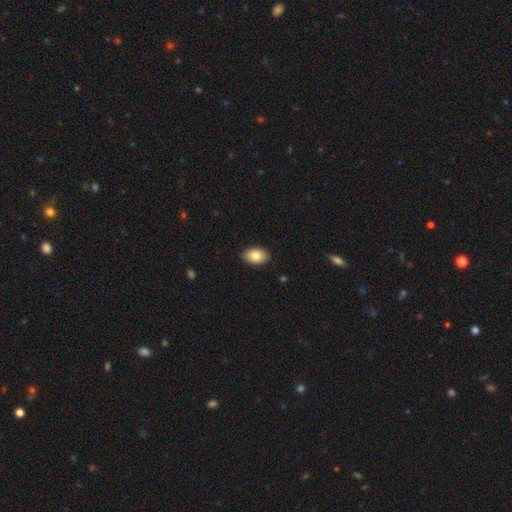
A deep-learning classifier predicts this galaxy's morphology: smooth 83%, featured or disk 10%, star or artifact 7%. Down the decision tree: how rounded — in between (93%); merging — none (89%).